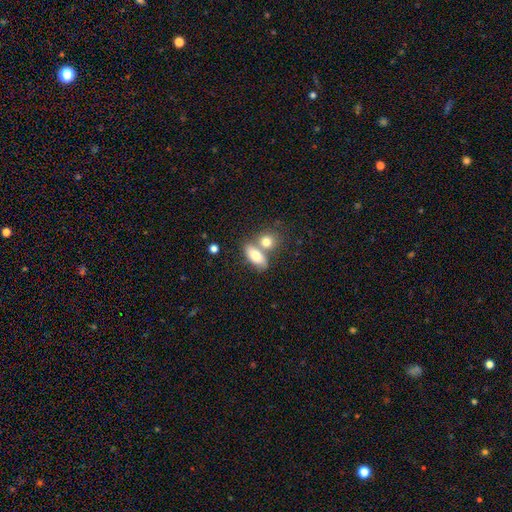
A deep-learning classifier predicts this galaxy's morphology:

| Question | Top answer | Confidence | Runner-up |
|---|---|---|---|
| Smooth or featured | smooth | 76% | featured or disk (17%) |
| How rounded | in between | 82% | cigar-shaped (9%) |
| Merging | merger | 44% | none (42%) |